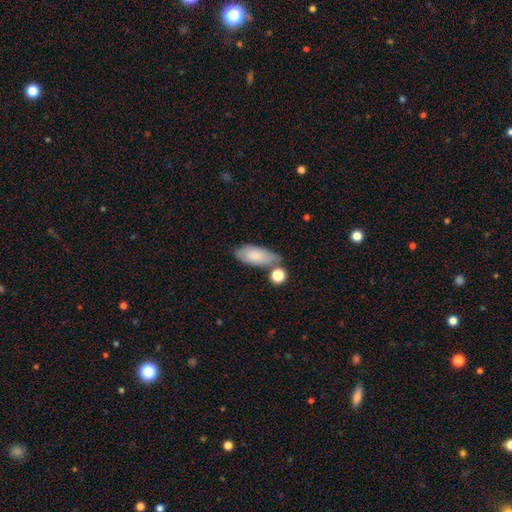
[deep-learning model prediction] A smooth galaxy with no disk features (78%) that is in between round and cigar-shaped (86%).

Vote fractions:
- Smooth or featured? smooth: 78% / featured or disk: 15% / star or artifact: 7%
- How rounded? in between: 86% / cigar-shaped: 11% / round: 3%
- Merging? none: 57% / minor disturbance: 22% / merger: 15% / major disturbance: 6%